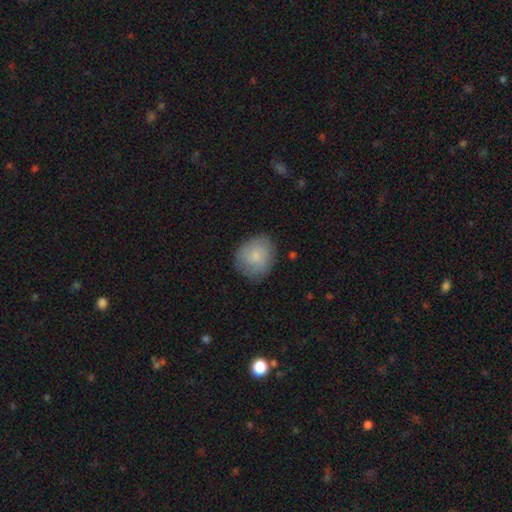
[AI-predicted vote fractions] A smooth galaxy with no disk features (70%) that is round (74%). Merging: none (77%).